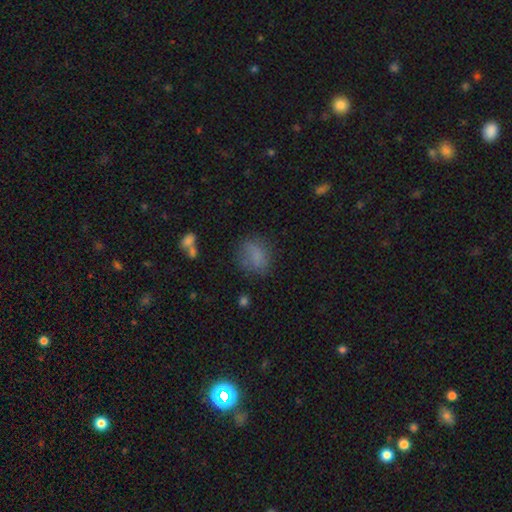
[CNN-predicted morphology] A smooth galaxy with no disk features (75%) that is in between round and cigar-shaped (54%). Merging: none (63%).